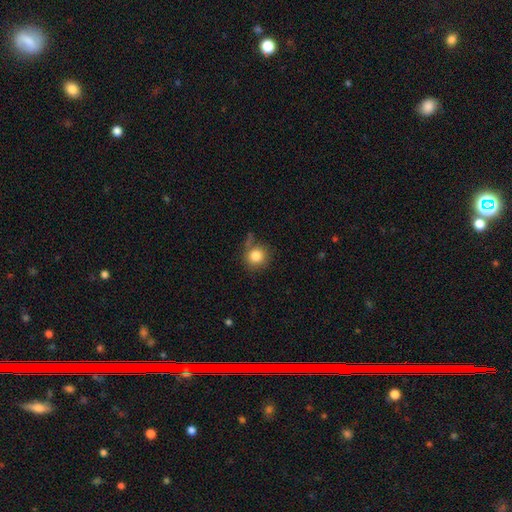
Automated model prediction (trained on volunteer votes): Smooth or featured: smooth — 83% (star or artifact — 10%)
How rounded: round — 91% (in between — 8%)
Merging: none — 71% (minor disturbance — 16%)